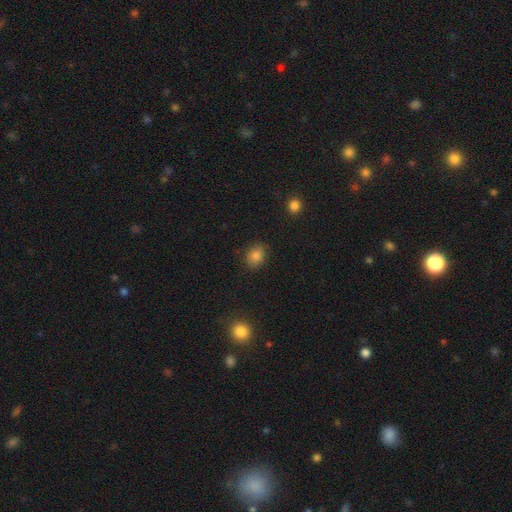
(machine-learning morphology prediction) This is clearly a smooth galaxy (83%). How rounded: possibly in between (51%). Merging: clearly none (83%).